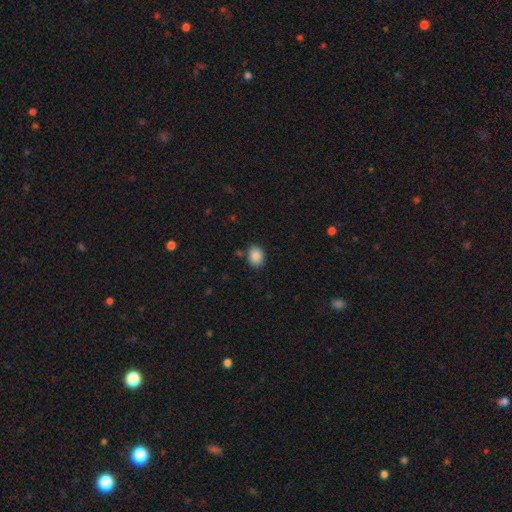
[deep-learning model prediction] Smooth or featured: smooth — 88% (star or artifact — 8%)
How rounded: in between — 53% (round — 46%)
Merging: none — 82% (minor disturbance — 12%)